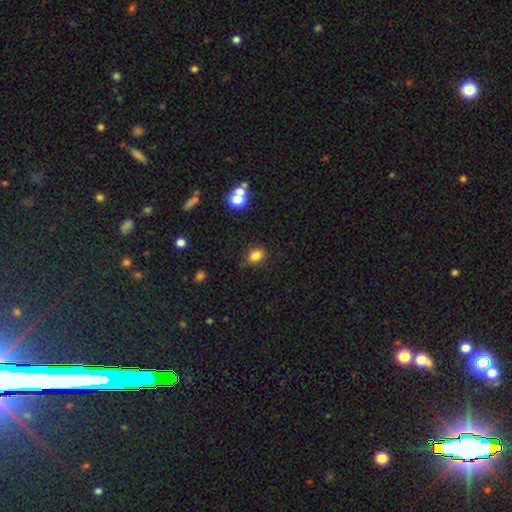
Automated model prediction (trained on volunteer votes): Smooth or featured: smooth — 81% (star or artifact — 13%)
How rounded: round — 51% (in between — 48%)
Merging: none — 70% (minor disturbance — 22%)